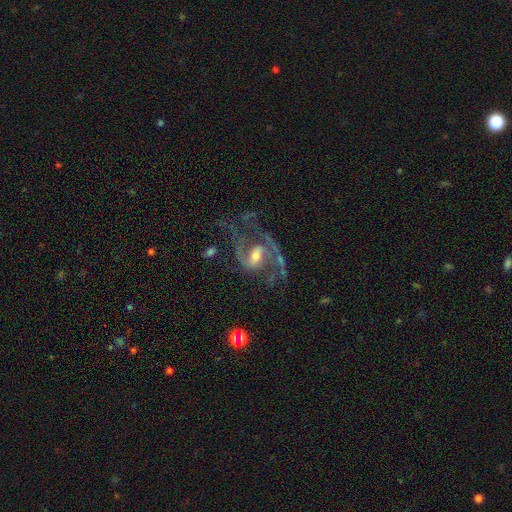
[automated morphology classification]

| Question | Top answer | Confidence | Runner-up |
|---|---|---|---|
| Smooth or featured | featured or disk | 85% | star or artifact (8%) |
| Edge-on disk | no | 97% | yes (3%) |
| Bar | weak | 50% | no (29%) |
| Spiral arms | yes | 92% | no (8%) |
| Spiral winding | medium | 49% | loose (36%) |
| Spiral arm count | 2 | 72% | can't tell (10%) |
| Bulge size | moderate | 54% | small (31%) |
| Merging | none | 44% | major disturbance (33%) |